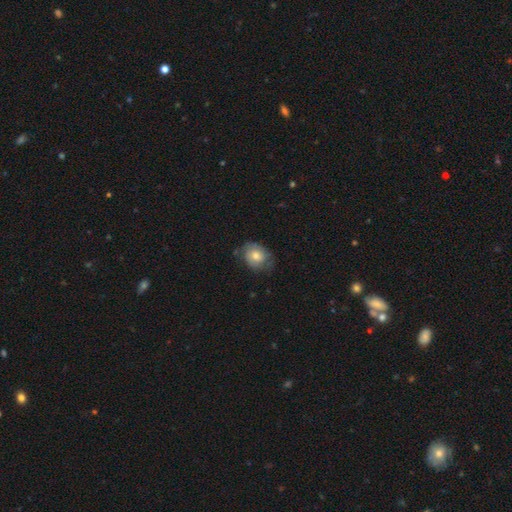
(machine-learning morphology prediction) smooth_or_featured: smooth (p=0.60) [alt: featured or disk p=0.32]
how_rounded: round (p=0.51) [alt: in between p=0.48]
merging: none (p=0.61) [alt: minor disturbance p=0.28]